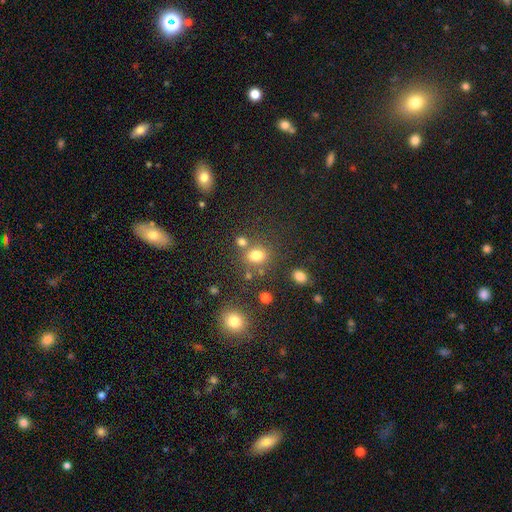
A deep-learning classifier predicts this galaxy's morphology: smooth_or_featured: smooth (p=0.75) [alt: star or artifact p=0.17]
how_rounded: round (p=0.52) [alt: in between p=0.47]
merging: none (p=0.61) [alt: merger p=0.20]